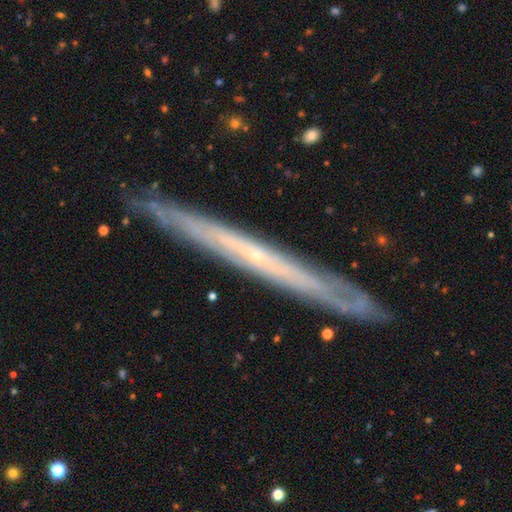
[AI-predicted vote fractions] smooth_or_featured: featured or disk (p=0.71) [alt: smooth p=0.20]
disk_edge_on: yes (p=0.92) [alt: no p=0.08]
edge_on_bulge: none (p=0.71) [alt: rounded p=0.26]
merging: none (p=0.88) [alt: minor disturbance p=0.09]